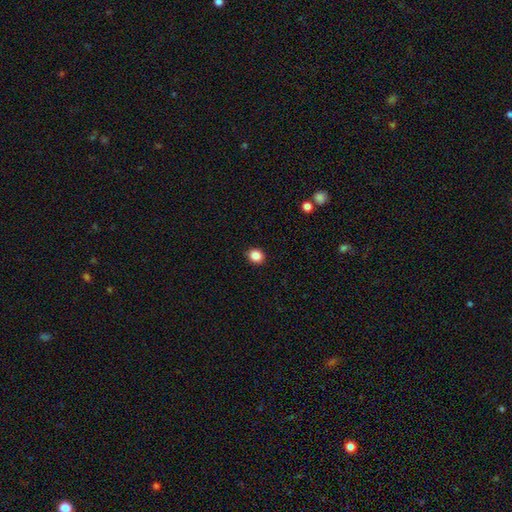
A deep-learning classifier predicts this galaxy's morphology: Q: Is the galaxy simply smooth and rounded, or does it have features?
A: smooth — 87%.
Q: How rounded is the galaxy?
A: round — 70%.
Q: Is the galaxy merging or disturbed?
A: none — 91%.